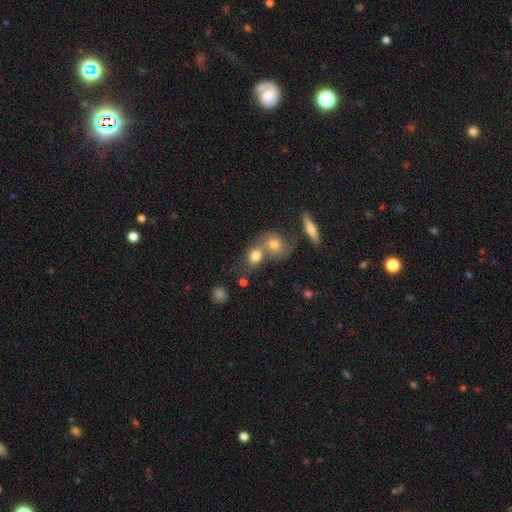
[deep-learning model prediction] Morphology: type=smooth (75%); roundness=round (56%); merging=merger (57%).